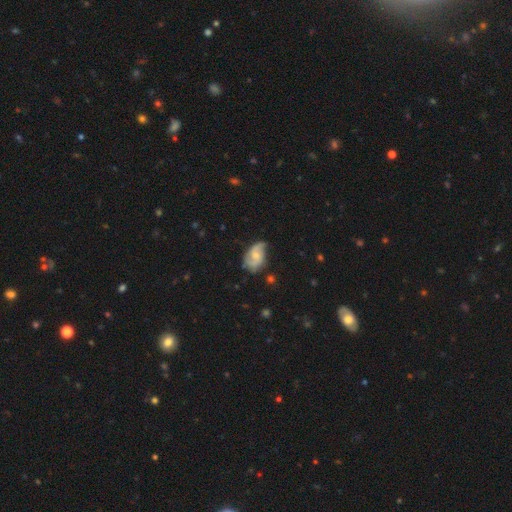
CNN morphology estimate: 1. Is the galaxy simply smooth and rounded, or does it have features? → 64% featured or disk, 29% smooth, 7% star or artifact.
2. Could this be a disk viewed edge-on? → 96% no, 4% yes.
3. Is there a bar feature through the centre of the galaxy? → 62% no, 32% weak, 6% strong.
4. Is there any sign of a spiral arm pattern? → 89% yes, 11% no.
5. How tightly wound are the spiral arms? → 41% loose (tied), 41% medium (tied), 18% tight.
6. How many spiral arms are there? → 75% 2, 11% can't tell, 6% 3, 4% 1, 2% 4, 1% more than 4.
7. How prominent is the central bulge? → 49% small, 41% moderate, 7% none, 2% large, 1% dominant.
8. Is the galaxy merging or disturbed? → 51% none, 33% minor disturbance, 13% major disturbance, 3% merger.